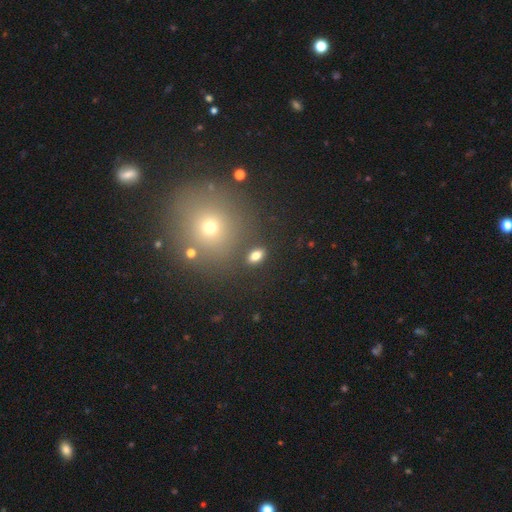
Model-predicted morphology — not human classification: smooth 79%, star or artifact 13%, featured or disk 9%. Down the decision tree: how rounded — in between (84%); merging — none (83%).